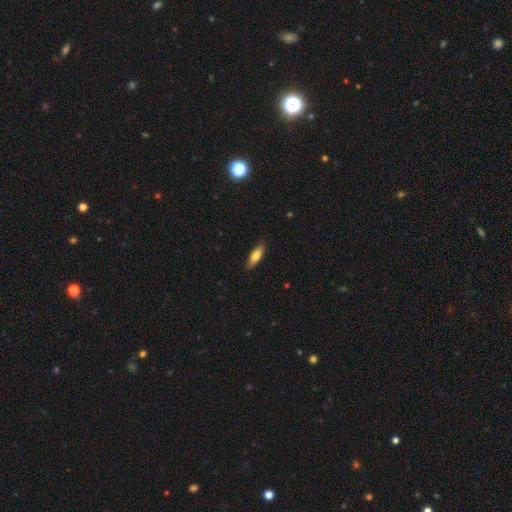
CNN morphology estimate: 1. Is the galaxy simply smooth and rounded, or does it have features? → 75% smooth, 19% featured or disk, 6% star or artifact.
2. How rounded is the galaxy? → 54% in between, 44% cigar-shaped, 2% round.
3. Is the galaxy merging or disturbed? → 88% none, 10% minor disturbance, 2% major disturbance, 1% merger.